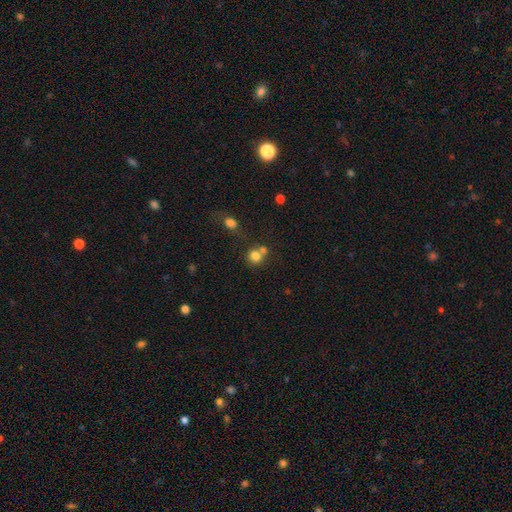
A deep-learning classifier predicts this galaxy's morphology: Smooth or featured? Predicted: smooth (p=0.79). How rounded? Predicted: round (p=0.84). Merging? Predicted: none (p=0.48).